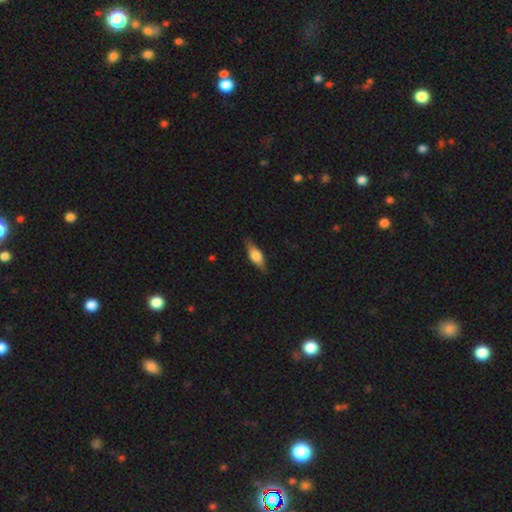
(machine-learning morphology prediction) type=smooth (51%); roundness=in between (60%); merging=none (84%).